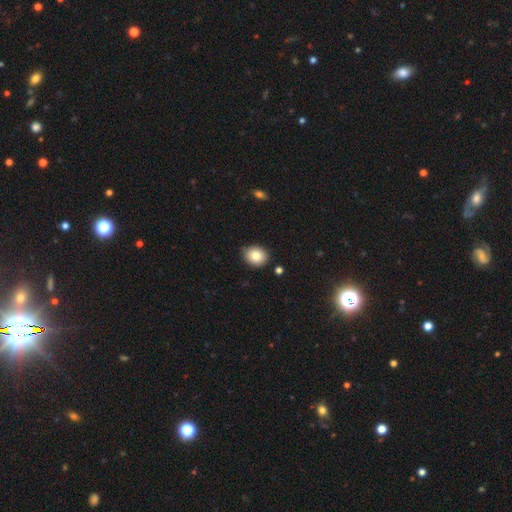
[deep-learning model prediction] Smooth or featured: smooth — 81% (star or artifact — 10%)
How rounded: round — 63% (in between — 36%)
Merging: none — 78% (minor disturbance — 17%)